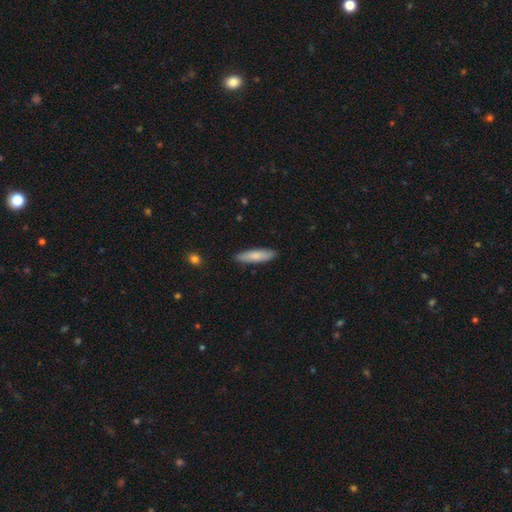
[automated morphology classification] Smooth or featured? smooth (80%)
How rounded? cigar-shaped (73%)
Merging? none (89%)